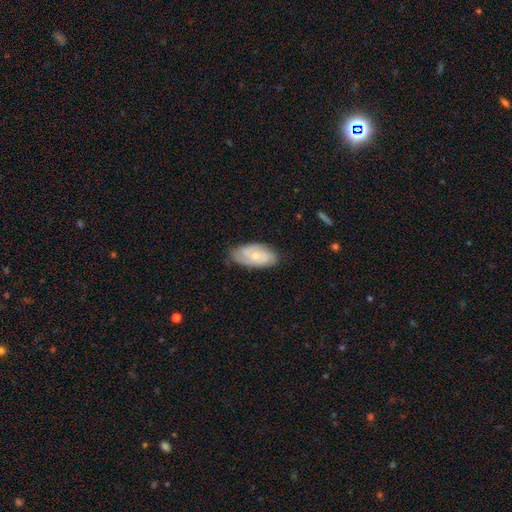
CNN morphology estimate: featured or disk 53%, smooth 41%, star or artifact 6%. Down the decision tree: edge-on disk — no (92%); merging — none (76%).